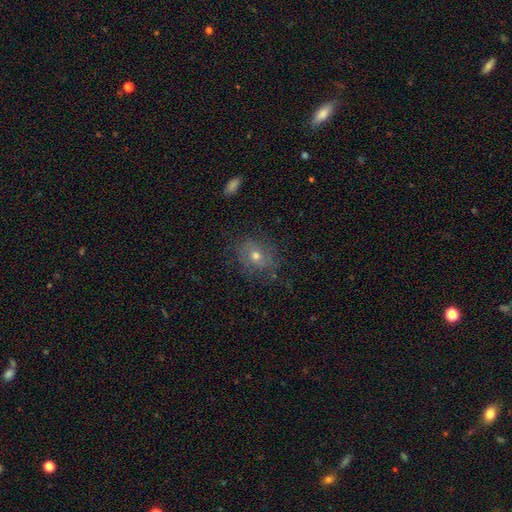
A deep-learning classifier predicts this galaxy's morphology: smooth 49%, featured or disk 34%, star or artifact 16%. Down the decision tree: merging — none (75%).